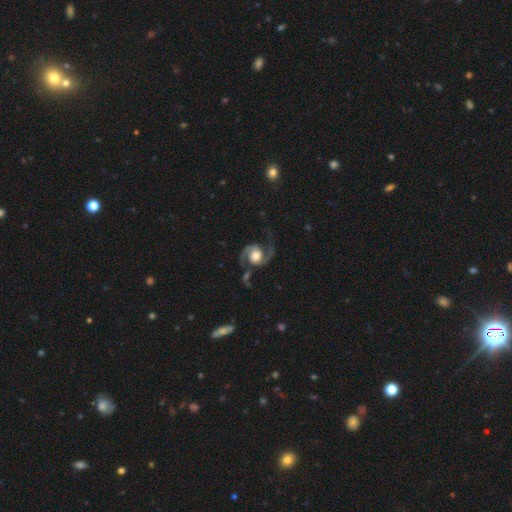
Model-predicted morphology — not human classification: type=featured or disk (92%); edge-on=no (98%); bar=no (65%); spiral arms=yes (98%); winding=medium (56%); arm count=2 (94%); bulge=moderate (54%); merging=none (72%).